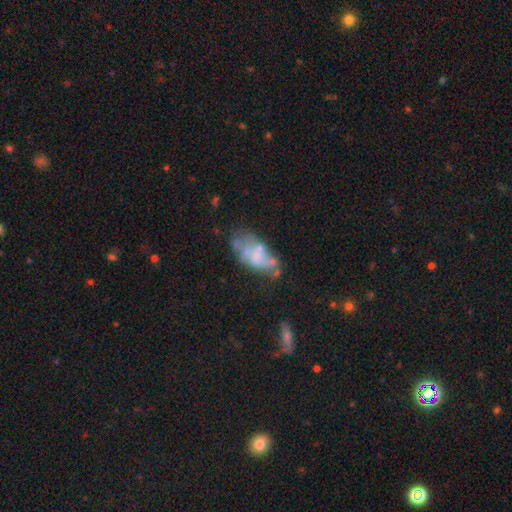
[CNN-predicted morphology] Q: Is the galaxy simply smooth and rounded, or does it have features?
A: featured or disk — 51%.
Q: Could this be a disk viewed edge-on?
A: no — 96%.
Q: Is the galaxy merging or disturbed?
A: none — 31%.